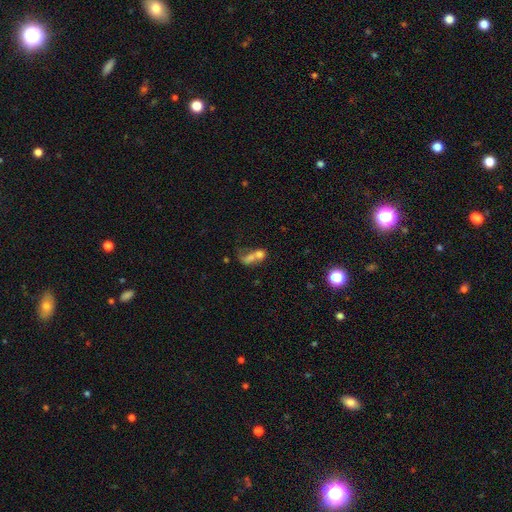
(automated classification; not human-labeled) Smooth or featured?
  - smooth: 63% *
  - featured or disk: 23%
  - star or artifact: 14%
How rounded?
  - in between: 59% *
  - round: 34%
  - cigar-shaped: 6%
Merging?
  - merger: 67% *
  - none: 15%
  - major disturbance: 12%
  - minor disturbance: 7%